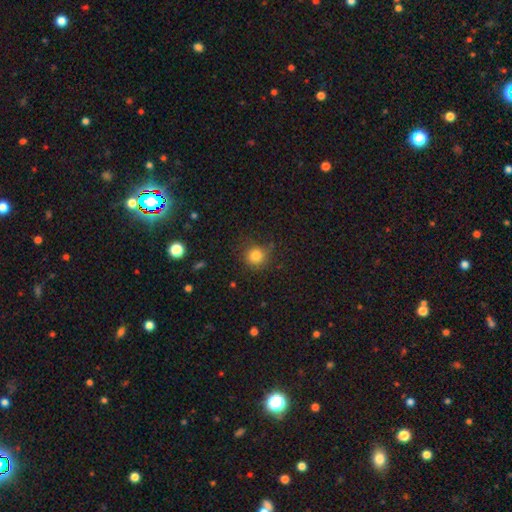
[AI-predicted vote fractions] smooth 81%, star or artifact 13%, featured or disk 6%. Down the decision tree: how rounded — round (91%); merging — none (81%).